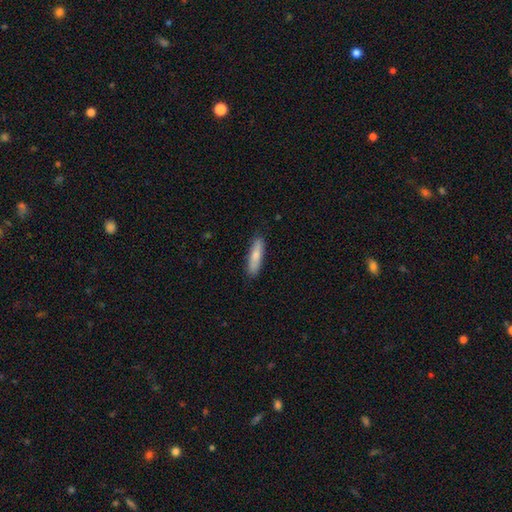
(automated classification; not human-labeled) This is likely a smooth galaxy (77%). How rounded: likely cigar-shaped (74%). Merging: clearly none (86%).